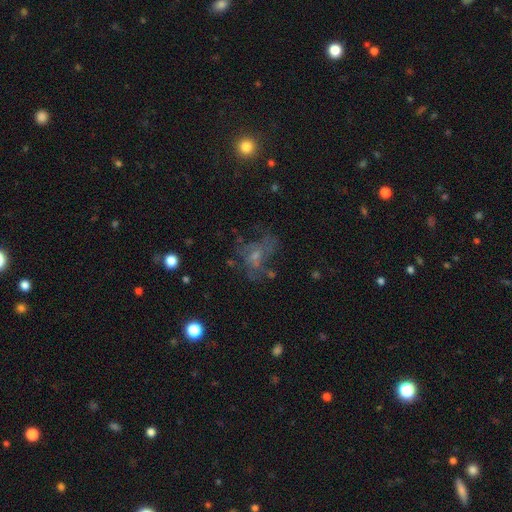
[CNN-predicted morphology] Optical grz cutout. It shows a featured or disk galaxy (48%). Merging: none (42%).